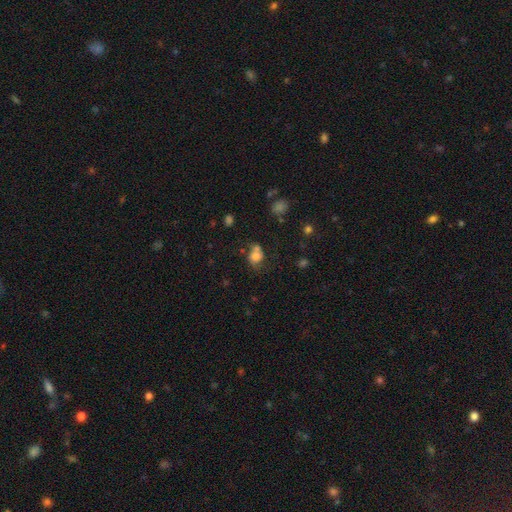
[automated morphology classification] Smooth or featured? Predicted: smooth (p=0.68). How rounded? Predicted: round (p=0.57). Merging? Predicted: none (p=0.40).